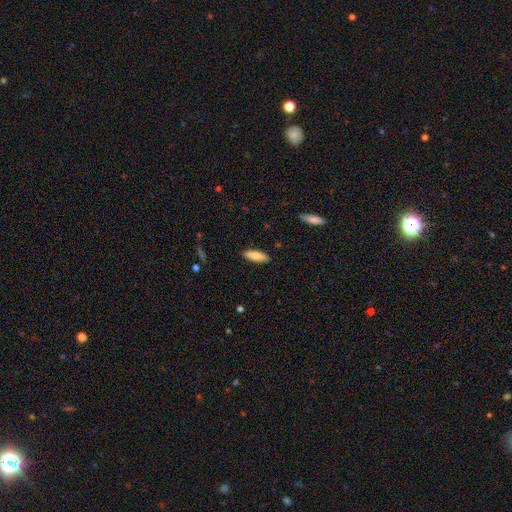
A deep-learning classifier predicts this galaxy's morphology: A smooth galaxy with no disk features (79%) that is cigar-shaped (51%).

Vote fractions:
- Smooth or featured? smooth: 79% / featured or disk: 15% / star or artifact: 6%
- How rounded? cigar-shaped: 51% / in between: 47% / round: 2%
- Merging? none: 89% / minor disturbance: 8% / major disturbance: 2% / merger: 1%